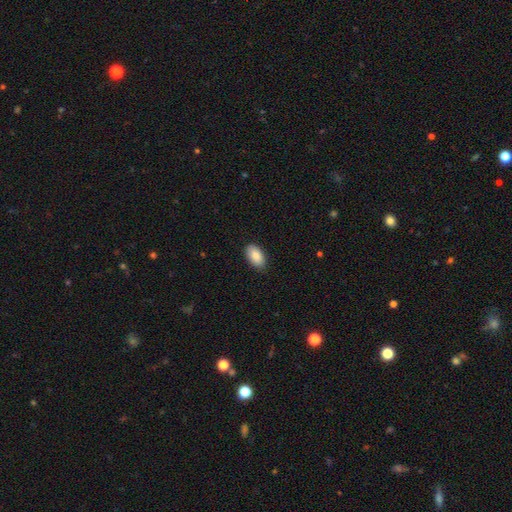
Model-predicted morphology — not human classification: Smooth or featured?
  - smooth: 88% *
  - star or artifact: 7%
  - featured or disk: 6%
How rounded?
  - in between: 94% *
  - round: 4%
  - cigar-shaped: 2%
Merging?
  - none: 87% *
  - minor disturbance: 10%
  - major disturbance: 2%
  - merger: 1%